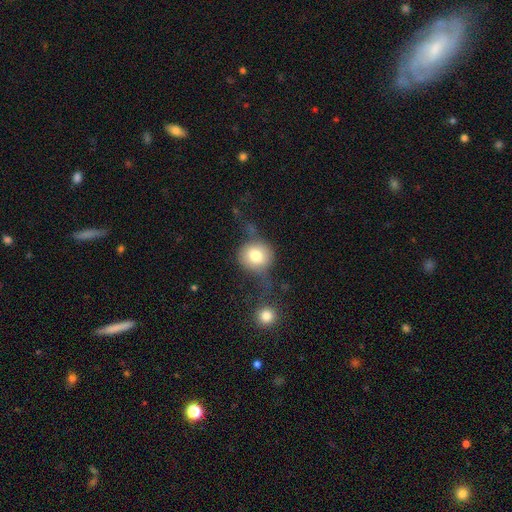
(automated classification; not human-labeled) Smooth or featured: smooth — 70% (featured or disk — 21%)
How rounded: round — 84% (in between — 14%)
Merging: none — 50% (minor disturbance — 23%)